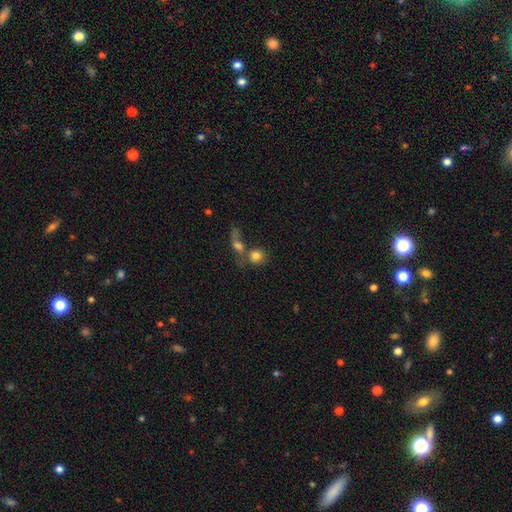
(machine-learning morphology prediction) Smooth or featured? smooth (79%)
How rounded? round (78%)
Merging? merger (44%)